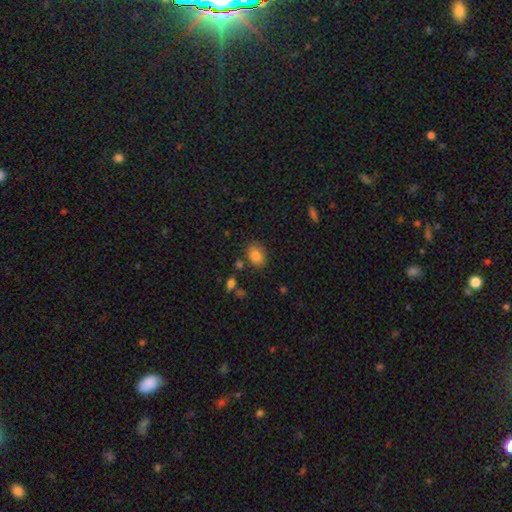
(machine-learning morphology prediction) Smooth or featured? Predicted: smooth (p=0.84). How rounded? Predicted: in between (p=0.66). Merging? Predicted: none (p=0.77).